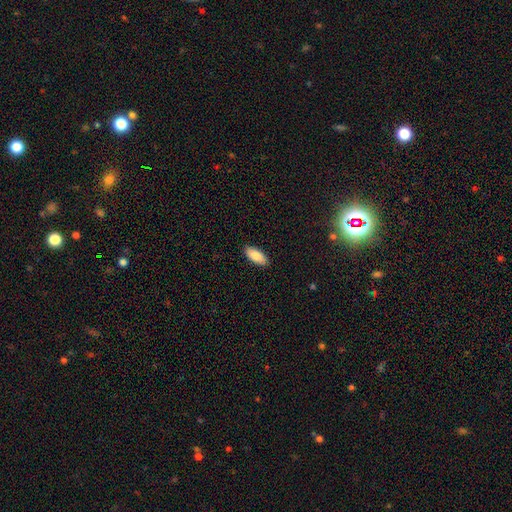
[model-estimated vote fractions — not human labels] This is clearly a smooth galaxy (86%). How rounded: clearly in between (86%). Merging: clearly none (90%).